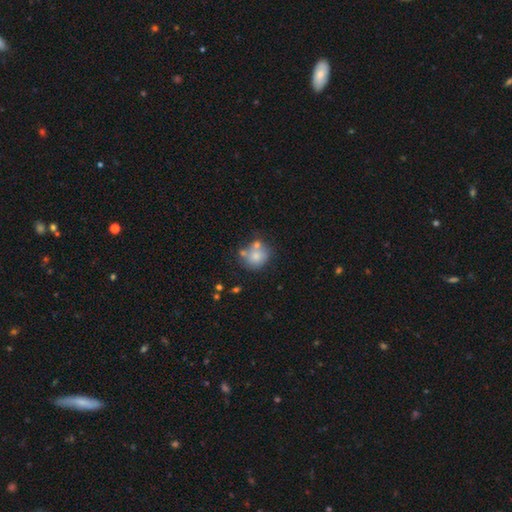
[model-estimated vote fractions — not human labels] Morphology: type=smooth (71%); roundness=round (82%); merging=none (50%).